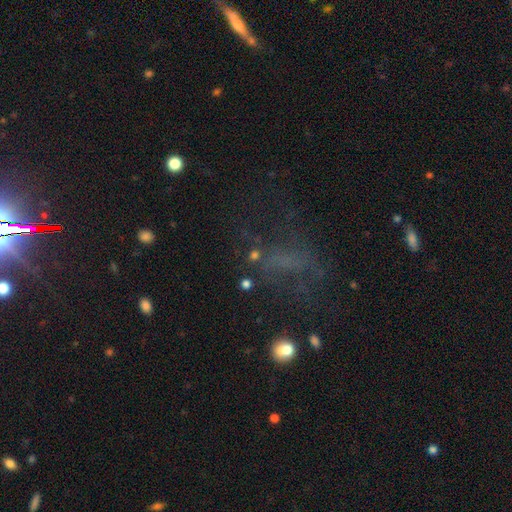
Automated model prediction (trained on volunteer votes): A smooth galaxy with no disk features (37%). Merging: none (45%).